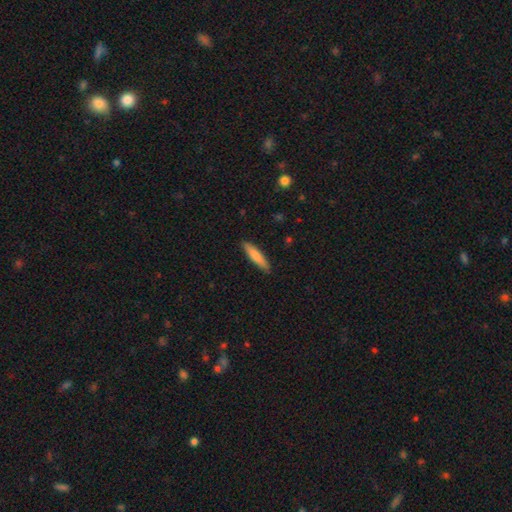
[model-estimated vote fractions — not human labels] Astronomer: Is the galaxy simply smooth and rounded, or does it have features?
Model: smooth — 77%.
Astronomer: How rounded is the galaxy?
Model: cigar-shaped — 84%.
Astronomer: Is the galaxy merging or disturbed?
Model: none — 89%.